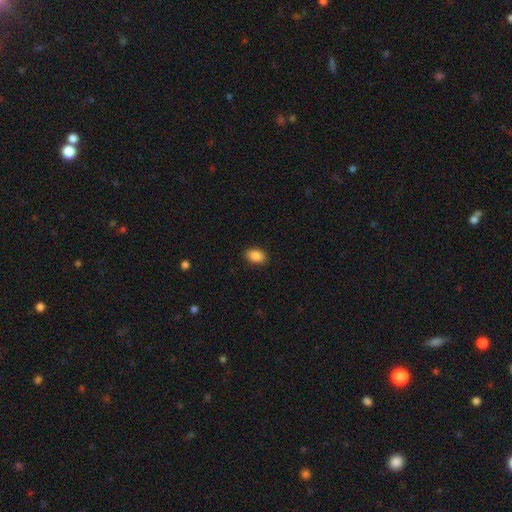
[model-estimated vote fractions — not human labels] Smooth or featured: smooth — 88% (star or artifact — 8%)
How rounded: in between — 87% (round — 12%)
Merging: none — 89% (minor disturbance — 8%)